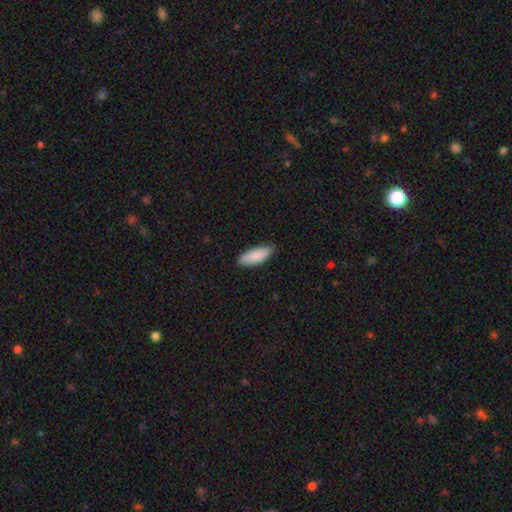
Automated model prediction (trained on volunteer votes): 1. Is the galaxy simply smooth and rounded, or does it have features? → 88% smooth, 7% featured or disk, 5% star or artifact.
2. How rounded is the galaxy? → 76% in between, 22% cigar-shaped, 2% round.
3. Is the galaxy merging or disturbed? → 86% none, 12% minor disturbance, 2% major disturbance, 1% merger.